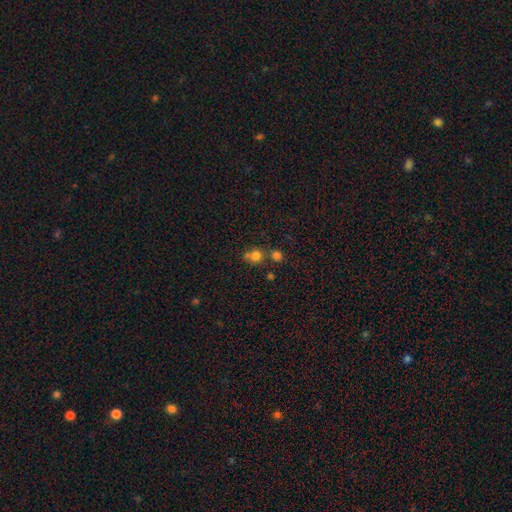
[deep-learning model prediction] smooth-or-featured: smooth: 75% | star or artifact: 17% | featured or disk: 9%
  how-rounded: round: 87% | in between: 12% | cigar-shaped: 1%
  merging: none: 56% | merger: 31% | minor disturbance: 9% | major disturbance: 4%